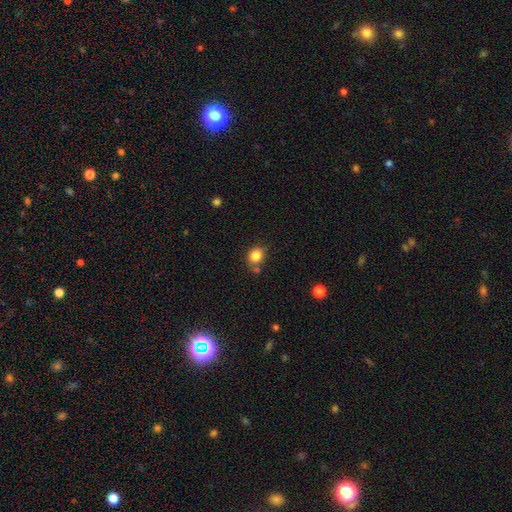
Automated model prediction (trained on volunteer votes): The model was most divided on "how rounded": round: 66%, in between: 33%, cigar-shaped: 1%. More confident: smooth or featured — smooth (84%); merging — none (64%).